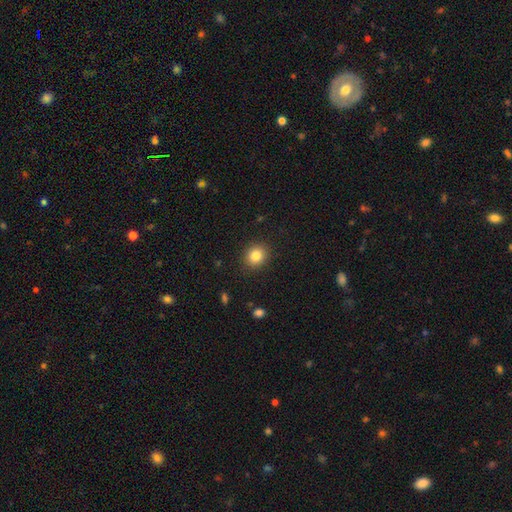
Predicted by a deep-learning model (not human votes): smooth 83%, star or artifact 11%, featured or disk 6%. Down the decision tree: how rounded — round (75%); merging — none (90%).